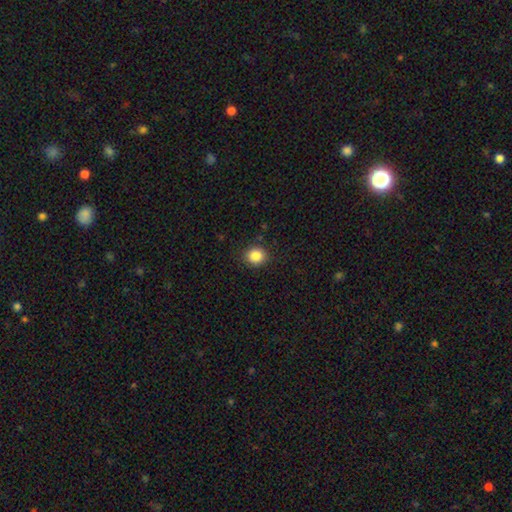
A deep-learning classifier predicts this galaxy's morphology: This appears to be a smooth galaxy with no disk features (85%) that is round (81%). Merging: none (88%).